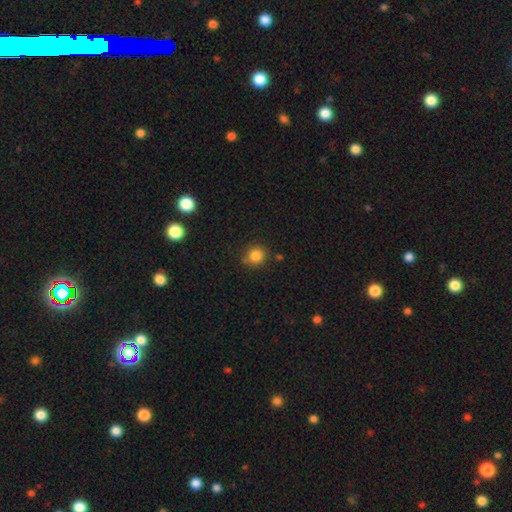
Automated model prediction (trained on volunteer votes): Overall: smooth (83%). How rounded: round (90%). Merging: none (79%).